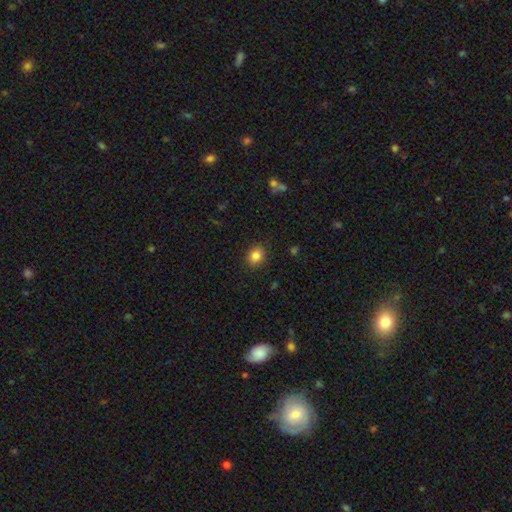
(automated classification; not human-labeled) Morphology: type=smooth (85%); roundness=round (56%); merging=none (88%).